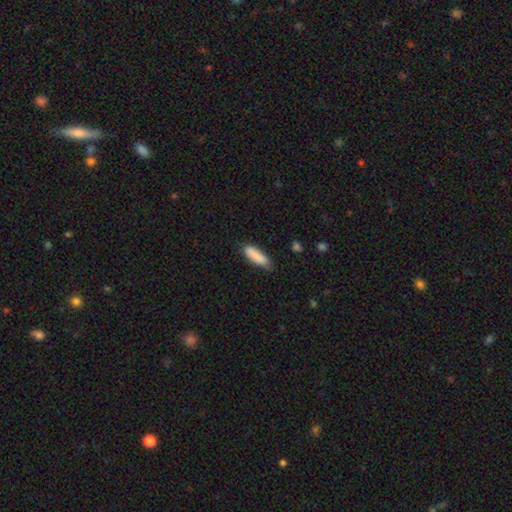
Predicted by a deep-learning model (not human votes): smooth 88%, star or artifact 6%, featured or disk 6%. Down the decision tree: how rounded — cigar-shaped (53%); merging — none (73%).